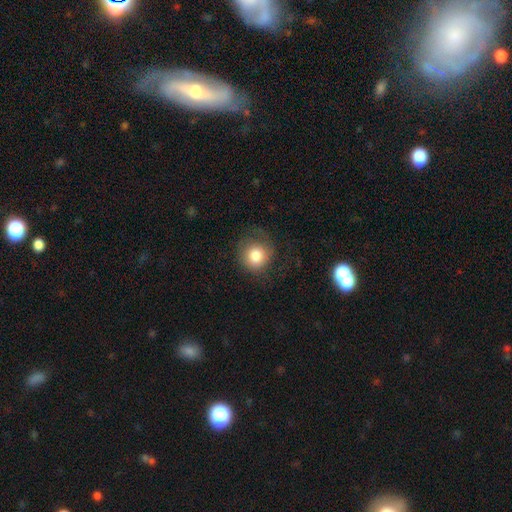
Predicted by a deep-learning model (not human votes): The model was most divided on "merging": none: 63%, minor disturbance: 20%, major disturbance: 15%, merger: 1%. More confident: how rounded — round (89%); smooth or featured — smooth (78%).